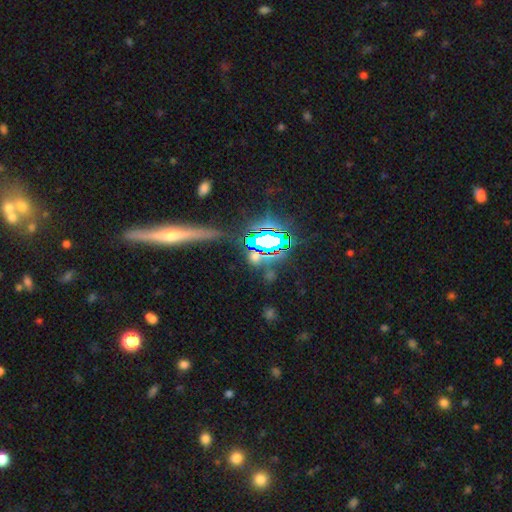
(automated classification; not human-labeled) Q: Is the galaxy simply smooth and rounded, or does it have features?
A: star or artifact — 68%.